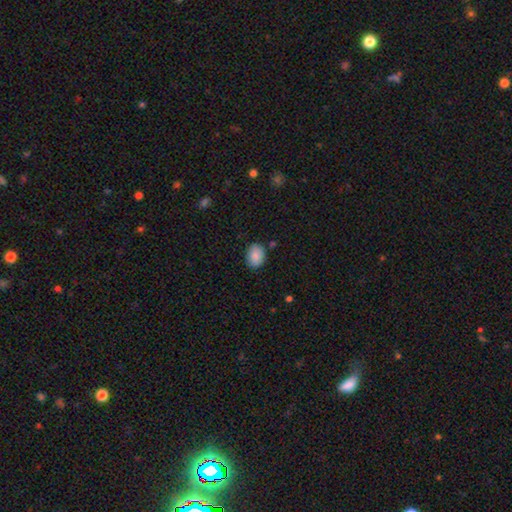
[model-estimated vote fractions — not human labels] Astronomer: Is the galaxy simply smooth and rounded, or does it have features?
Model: smooth — 87%.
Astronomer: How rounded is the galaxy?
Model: in between — 67%.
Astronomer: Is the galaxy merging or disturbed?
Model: none — 83%.